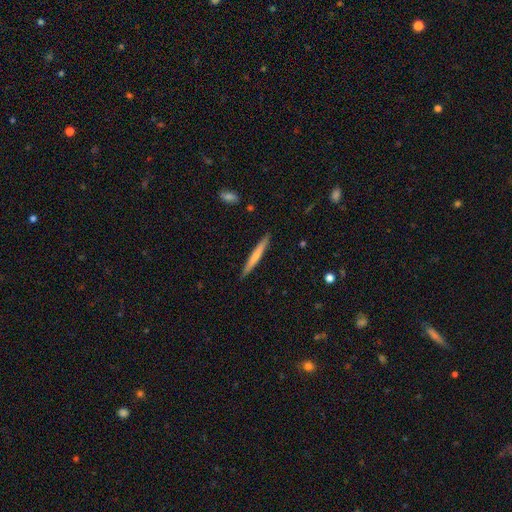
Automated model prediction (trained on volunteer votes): smooth 64%, featured or disk 31%, star or artifact 5%. Down the decision tree: how rounded — cigar-shaped (97%); merging — none (91%).